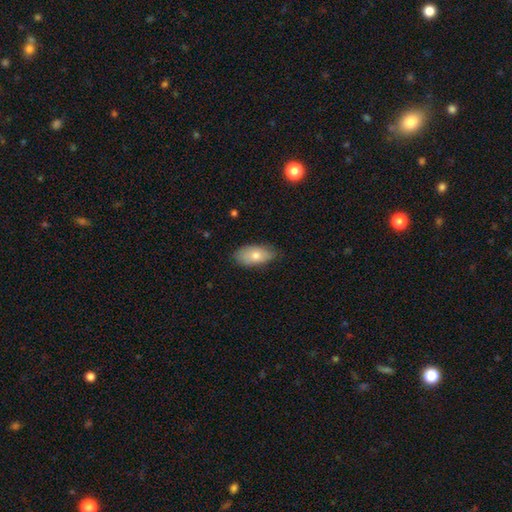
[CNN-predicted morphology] smooth_or_featured: smooth (p=0.74) [alt: featured or disk p=0.19]
how_rounded: in between (p=0.91) [alt: cigar-shaped p=0.04]
merging: none (p=0.79) [alt: minor disturbance p=0.17]